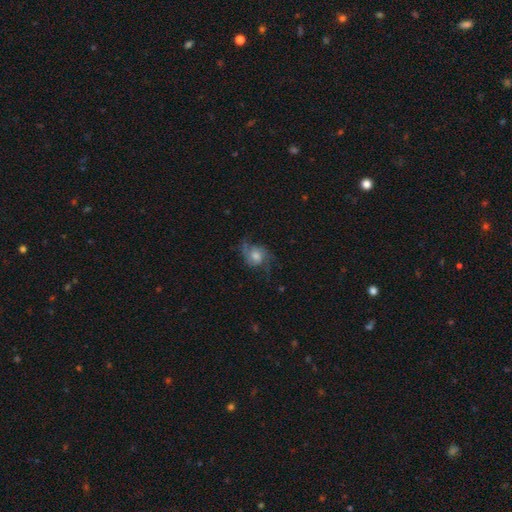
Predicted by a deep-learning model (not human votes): Overall: featured or disk (69%). Edge-on disk: no (97%). Bar: no (70%). Spiral arms: yes (93%). Spiral arm count: 2 (81%). Spiral winding: loose (47%; medium 41%). Bulge size: moderate (52%; large 21%). Merging: none (65%).